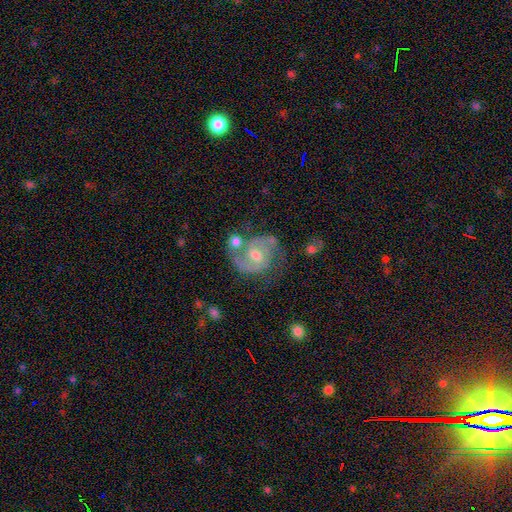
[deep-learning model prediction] Smooth or featured: featured or disk — 85% (smooth — 8%)
Edge-on disk: no — 98% (yes — 2%)
Bar: weak — 48% (no — 39%)
Spiral arms: yes — 96% (no — 4%)
Spiral winding: medium — 56% (tight — 28%)
Spiral arm count: 2 — 87% (can't tell — 5%)
Bulge size: moderate — 66% (small — 26%)
Merging: none — 61% (minor disturbance — 18%)